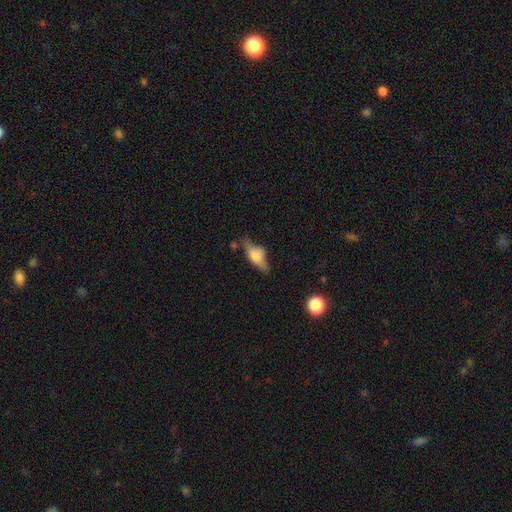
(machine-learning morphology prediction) Smooth or featured?
  - featured or disk: 50% *
  - smooth: 42%
  - star or artifact: 8%
Merging?
  - none: 55% *
  - minor disturbance: 27%
  - major disturbance: 13%
  - merger: 5%